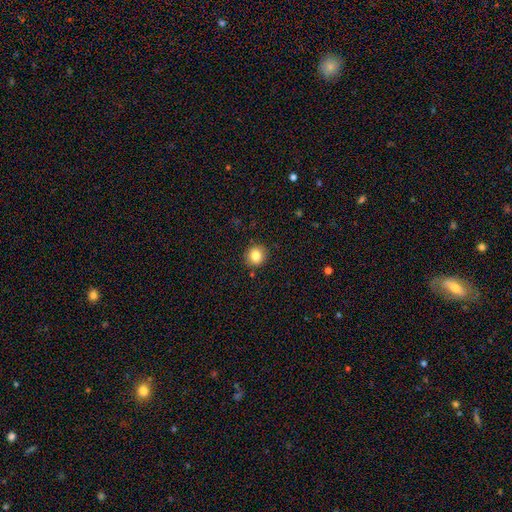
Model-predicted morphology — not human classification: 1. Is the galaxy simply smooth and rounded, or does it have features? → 83% smooth, 10% star or artifact, 7% featured or disk.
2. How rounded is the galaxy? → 88% round, 11% in between, 1% cigar-shaped.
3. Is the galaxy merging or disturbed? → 90% none, 7% minor disturbance, 2% major disturbance, 1% merger.